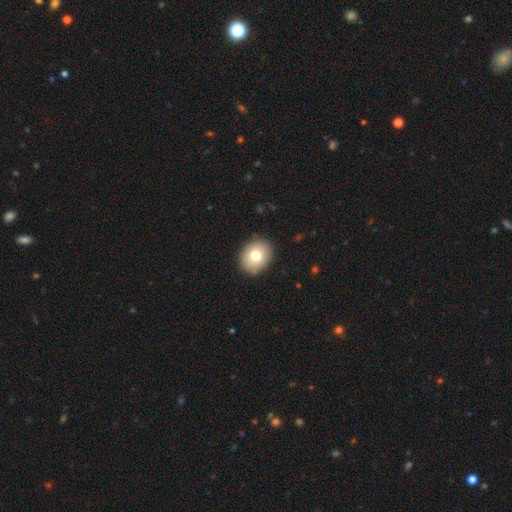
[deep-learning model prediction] Smooth or featured?
  - smooth: 75% *
  - featured or disk: 15%
  - star or artifact: 9%
How rounded?
  - round: 63% *
  - in between: 36%
  - cigar-shaped: 1%
Merging?
  - none: 89% *
  - minor disturbance: 8%
  - major disturbance: 2%
  - merger: 1%